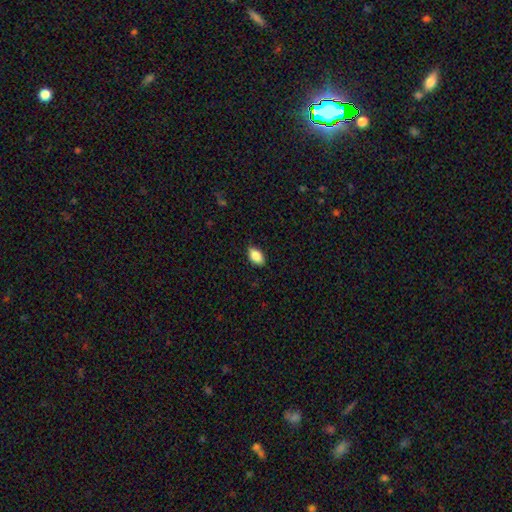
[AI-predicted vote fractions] Smooth or featured? smooth (86%)
How rounded? in between (90%)
Merging? none (84%)